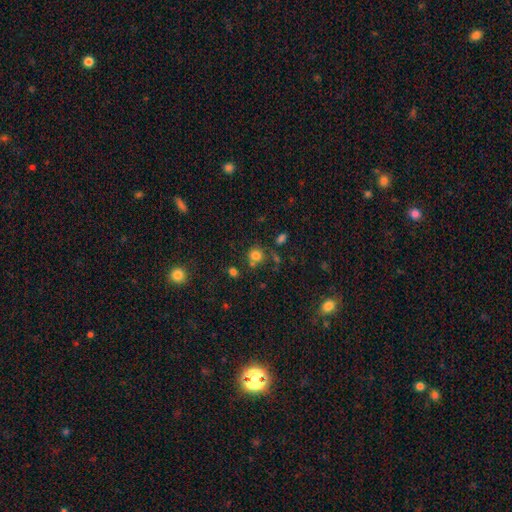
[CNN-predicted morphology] smooth 77%, star or artifact 16%, featured or disk 7%. Down the decision tree: how rounded — round (86%); merging — none (66%).